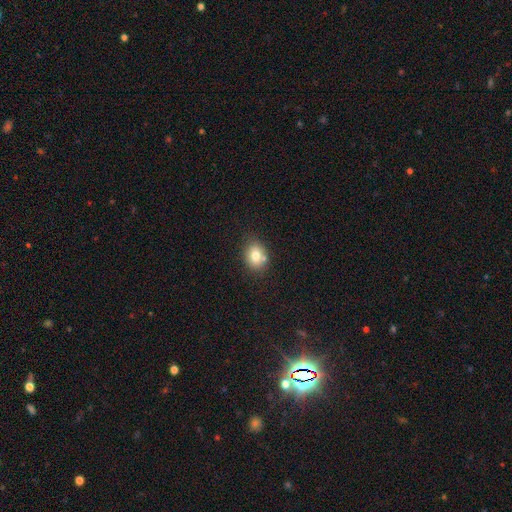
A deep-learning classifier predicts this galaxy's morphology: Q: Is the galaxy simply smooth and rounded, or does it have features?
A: smooth — 77%.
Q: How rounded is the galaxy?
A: in between — 50%.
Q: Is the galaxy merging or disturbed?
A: none — 67%.